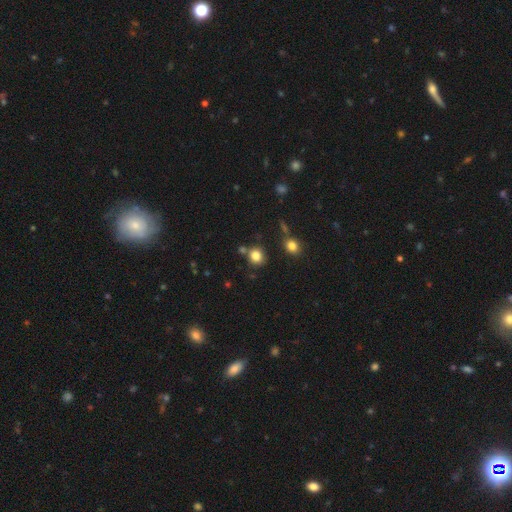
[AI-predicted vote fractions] Smooth or featured? smooth (82%)
How rounded? round (80%)
Merging? none (76%)